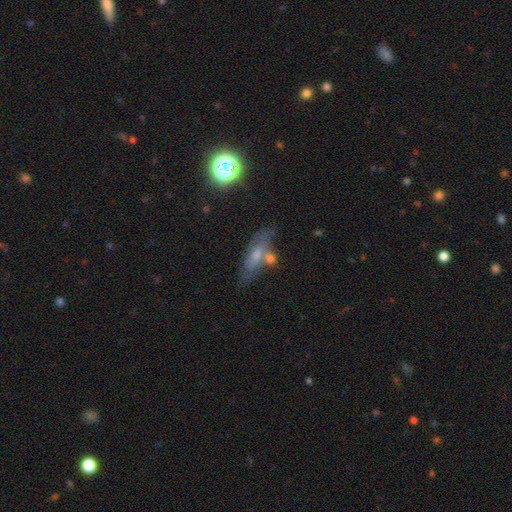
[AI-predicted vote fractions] This appears to be a featured or disk galaxy (43%). Merging: none (49%).